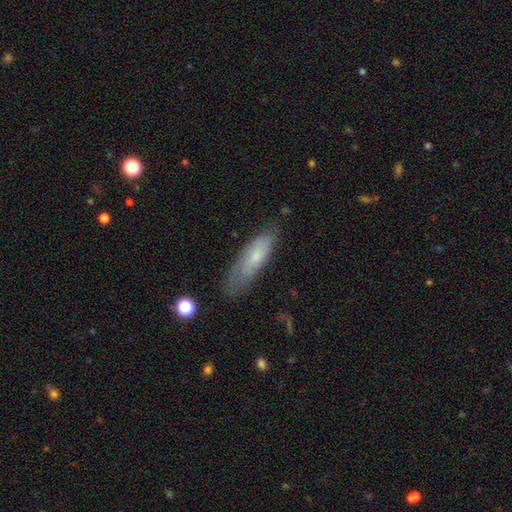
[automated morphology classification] A smooth galaxy with no disk features (60%) that is cigar-shaped (54%). Merging: none (65%).